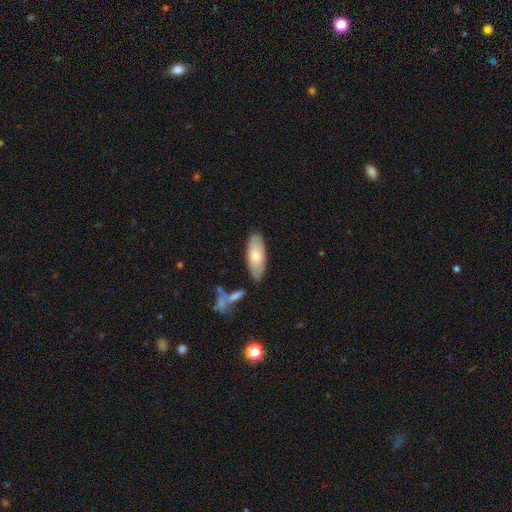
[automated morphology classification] A smooth galaxy with no disk features (71%) that is in between round and cigar-shaped (78%).

Vote fractions:
- Smooth or featured? smooth: 71% / featured or disk: 24% / star or artifact: 5%
- How rounded? in between: 78% / cigar-shaped: 20% / round: 2%
- Merging? none: 77% / minor disturbance: 16% / merger: 4% / major disturbance: 3%